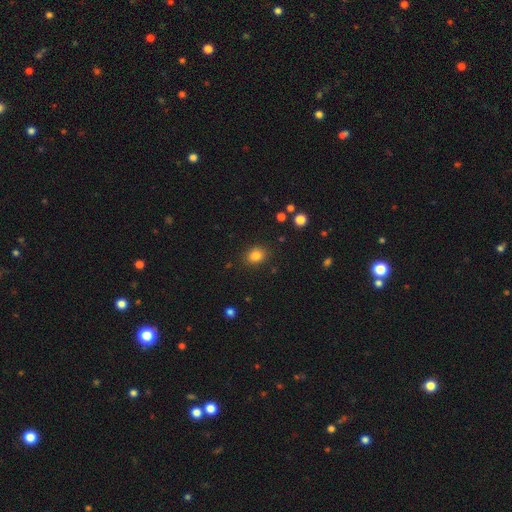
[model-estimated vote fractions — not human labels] smooth-or-featured: smooth: 83% | star or artifact: 12% | featured or disk: 6%
  how-rounded: round: 53% | in between: 47% | cigar-shaped: 1%
  merging: none: 87% | minor disturbance: 9% | major disturbance: 3% | merger: 1%